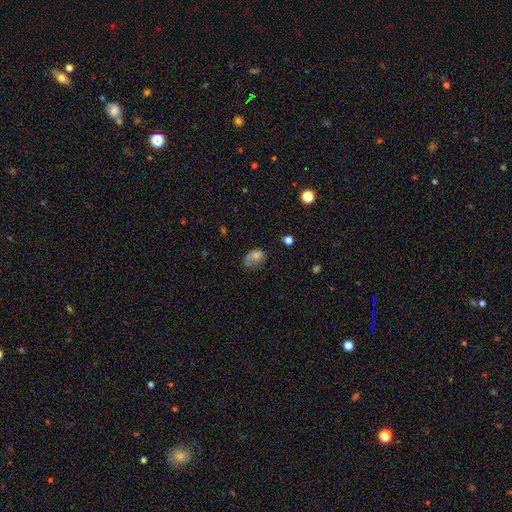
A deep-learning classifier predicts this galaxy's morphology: A smooth galaxy with no disk features (62%) that is in between round and cigar-shaped (78%).

Vote fractions:
- Smooth or featured? smooth: 62% / featured or disk: 23% / star or artifact: 15%
- How rounded? in between: 78% / round: 21% / cigar-shaped: 2%
- Merging? none: 37% / major disturbance: 29% / minor disturbance: 29% / merger: 5%